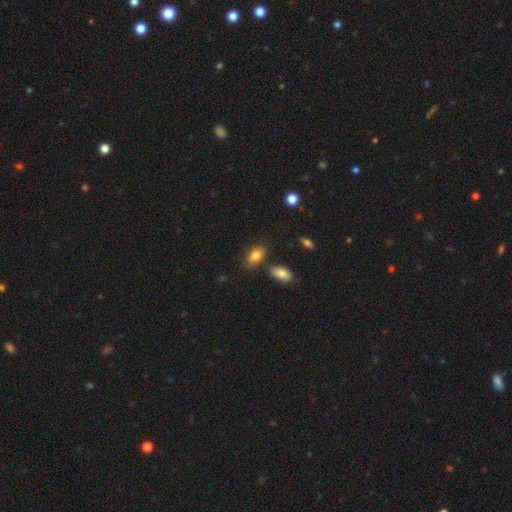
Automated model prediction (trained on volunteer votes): This appears to be a smooth galaxy with no disk features (83%) that is in between round and cigar-shaped (88%). Merging: none (70%).